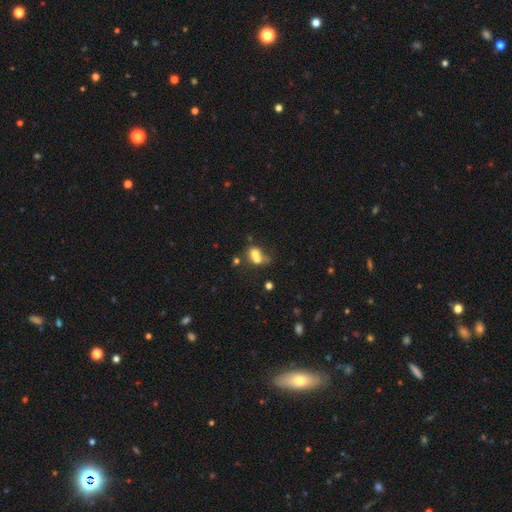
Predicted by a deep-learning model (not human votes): Q: Smooth or featured?
A: smooth (65%); runner-up: featured or disk (23%)
Q: How rounded?
A: round (53%); runner-up: in between (45%)
Q: Merging?
A: merger (65%); runner-up: none (20%)